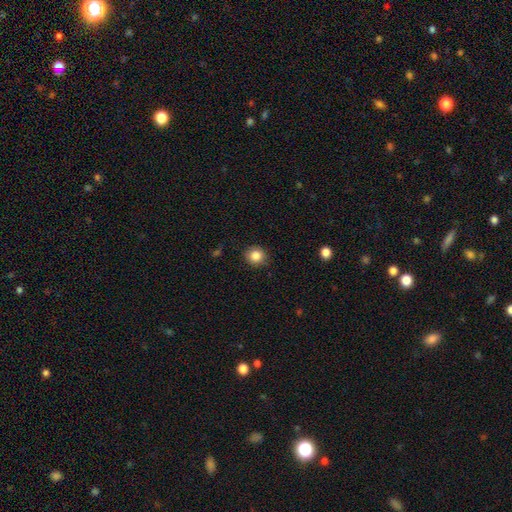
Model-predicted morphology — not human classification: This appears to be a smooth galaxy with no disk features (85%) that is round (87%). Merging: none (88%).